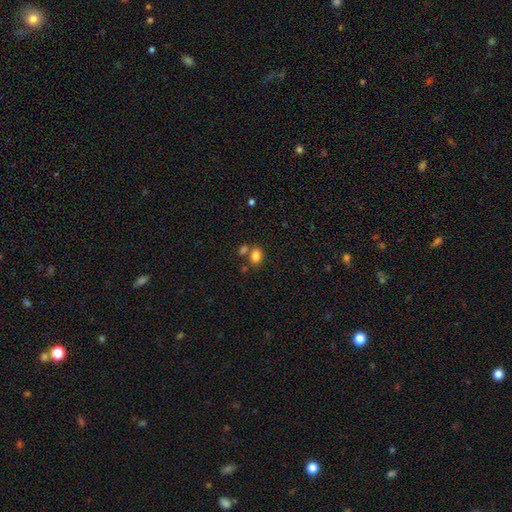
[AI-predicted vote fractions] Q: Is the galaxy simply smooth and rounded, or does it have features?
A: smooth — 82%.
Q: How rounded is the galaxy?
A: in between — 71%.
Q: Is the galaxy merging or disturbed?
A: none — 60%.